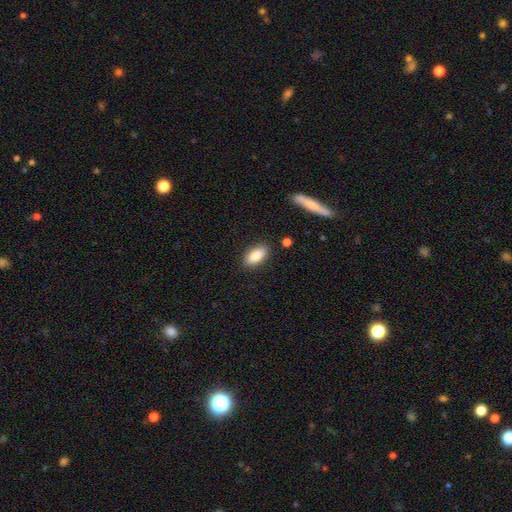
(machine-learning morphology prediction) The model was most divided on "how rounded": in between: 86%, cigar-shaped: 12%, round: 3%. More confident: merging — none (87%); smooth or featured — smooth (84%).